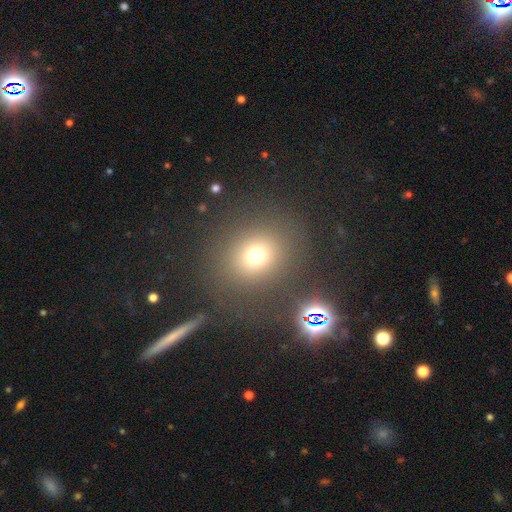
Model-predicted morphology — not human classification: Q: Smooth or featured?
A: smooth (70%); runner-up: star or artifact (20%)
Q: How rounded?
A: round (76%); runner-up: in between (23%)
Q: Merging?
A: none (80%); runner-up: minor disturbance (9%)